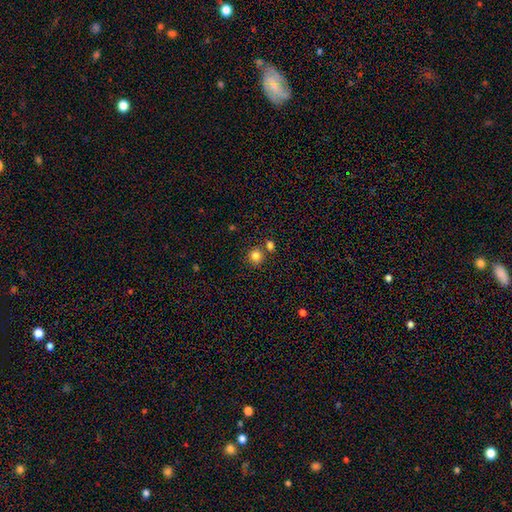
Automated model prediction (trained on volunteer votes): smooth 82%, star or artifact 12%, featured or disk 6%. Down the decision tree: how rounded — round (90%); merging — none (73%).